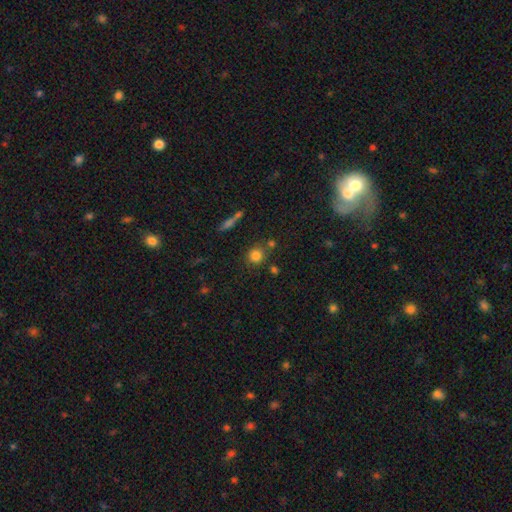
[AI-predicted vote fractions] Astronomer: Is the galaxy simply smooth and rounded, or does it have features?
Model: smooth — 80%.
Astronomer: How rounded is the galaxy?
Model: round — 86%.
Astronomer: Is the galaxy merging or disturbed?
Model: none — 73%.